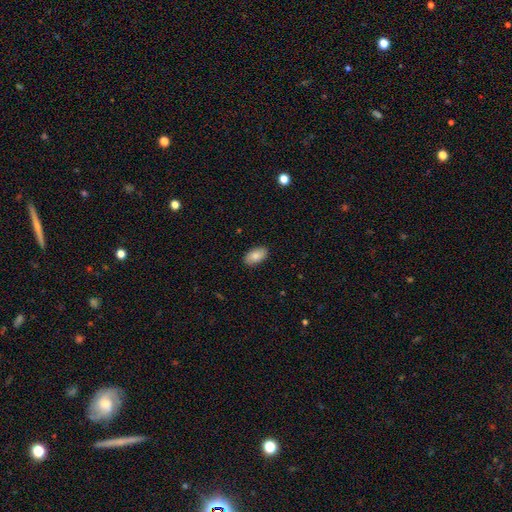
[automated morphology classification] type=smooth (85%); roundness=in between (95%); merging=none (89%).